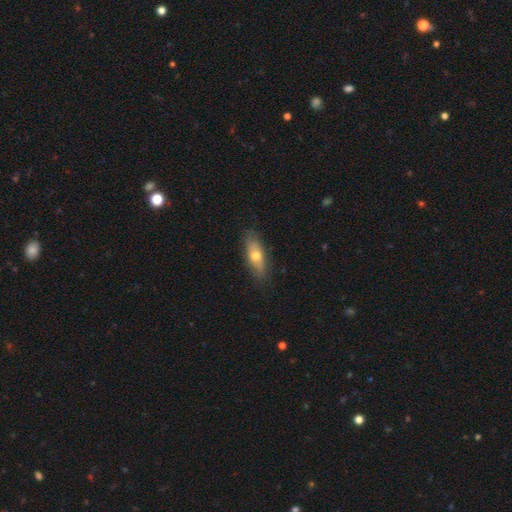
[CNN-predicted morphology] This is possibly a smooth galaxy (57%). How rounded: likely in between (69%). Merging: likely none (80%).